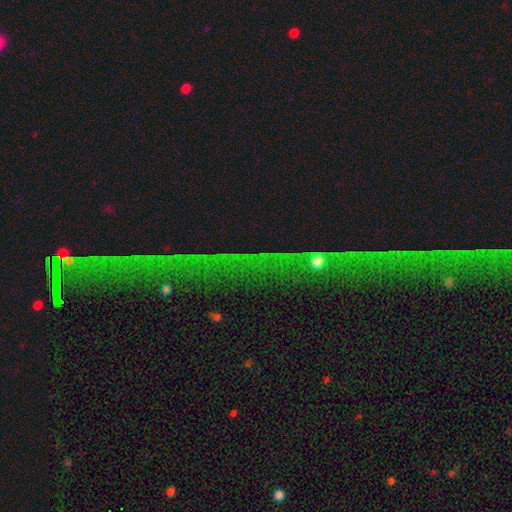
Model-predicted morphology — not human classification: This appears to be a star or artifact, not a galaxy (75%).